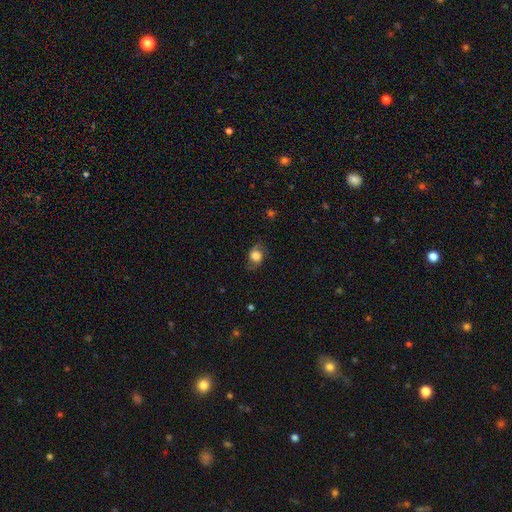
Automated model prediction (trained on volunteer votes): smooth_or_featured: smooth (p=0.68) [alt: featured or disk p=0.22]
how_rounded: in between (p=0.52) [alt: round p=0.46]
merging: none (p=0.68) [alt: minor disturbance p=0.21]